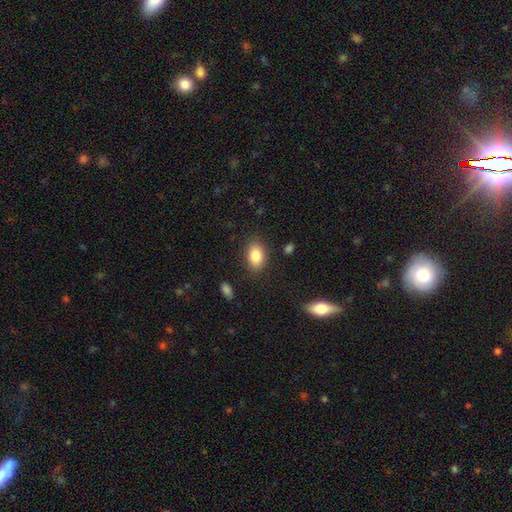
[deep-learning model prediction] Smooth or featured? Predicted: smooth (p=0.85). How rounded? Predicted: in between (p=0.85). Merging? Predicted: none (p=0.83).